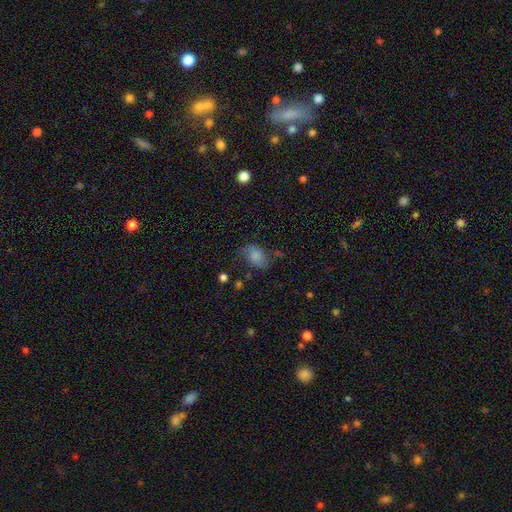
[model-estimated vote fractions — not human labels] Smooth or featured?
  - smooth: 77% *
  - featured or disk: 13%
  - star or artifact: 10%
How rounded?
  - in between: 81% *
  - round: 18%
  - cigar-shaped: 1%
Merging?
  - none: 58% *
  - minor disturbance: 27%
  - major disturbance: 11%
  - merger: 4%